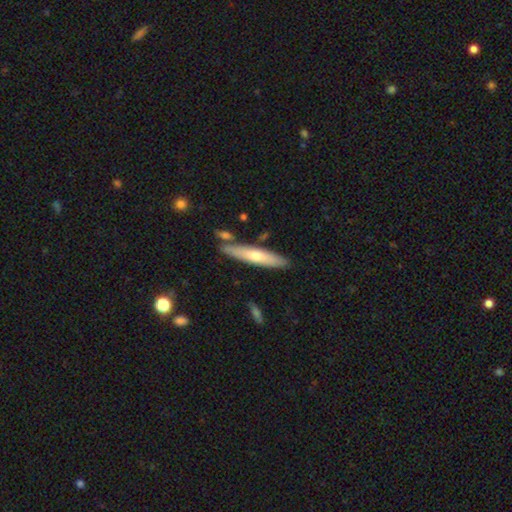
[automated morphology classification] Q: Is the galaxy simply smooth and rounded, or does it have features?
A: smooth — 49%.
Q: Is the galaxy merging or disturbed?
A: none — 82%.